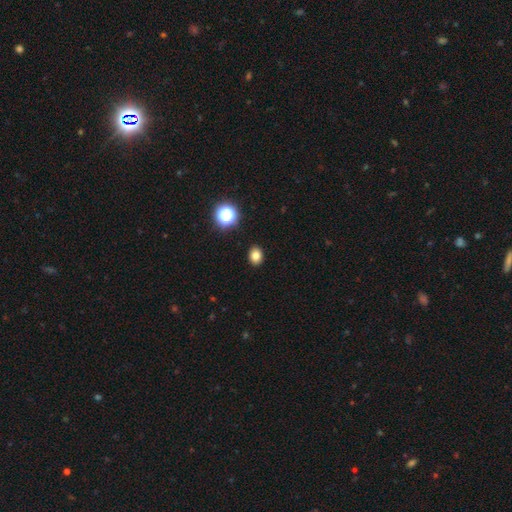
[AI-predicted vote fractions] This appears to be a smooth galaxy with no disk features (80%) that is in between round and cigar-shaped (55%). Merging: none (91%).